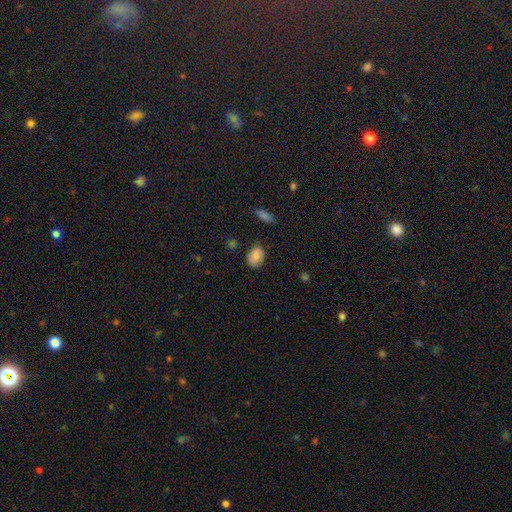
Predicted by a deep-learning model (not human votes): Smooth or featured: smooth — 81% (featured or disk — 10%)
How rounded: in between — 72% (round — 27%)
Merging: none — 72% (minor disturbance — 22%)